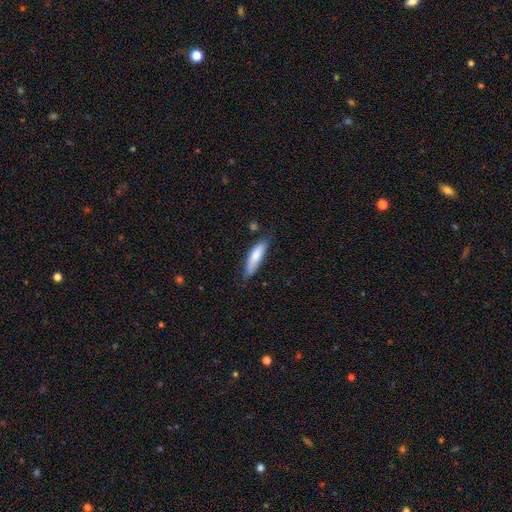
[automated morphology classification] Smooth or featured: smooth — 80% (featured or disk — 14%)
How rounded: cigar-shaped — 63% (in between — 35%)
Merging: none — 68% (minor disturbance — 25%)